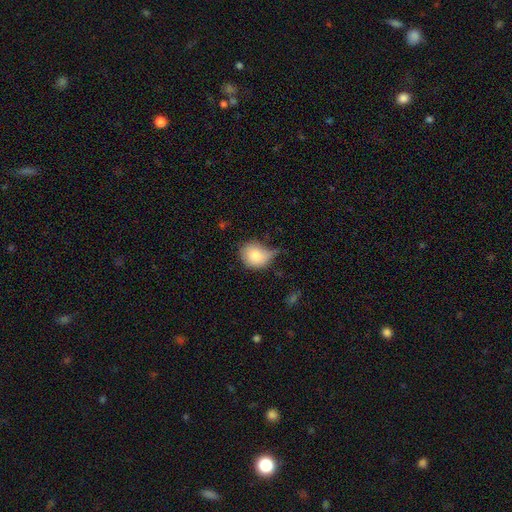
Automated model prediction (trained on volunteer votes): Smooth or featured: smooth — 82% (featured or disk — 9%)
How rounded: round — 65% (in between — 34%)
Merging: minor disturbance — 43% (none — 38%)